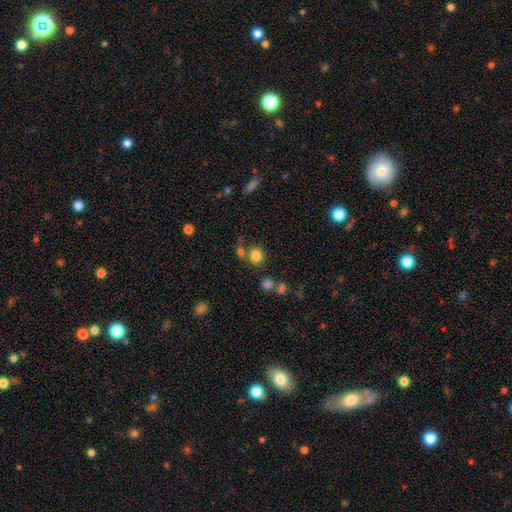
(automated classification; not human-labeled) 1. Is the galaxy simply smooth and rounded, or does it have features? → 81% smooth, 12% star or artifact, 7% featured or disk.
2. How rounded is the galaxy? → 82% round, 17% in between, 1% cigar-shaped.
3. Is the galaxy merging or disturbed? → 70% none, 15% merger, 10% minor disturbance, 5% major disturbance.